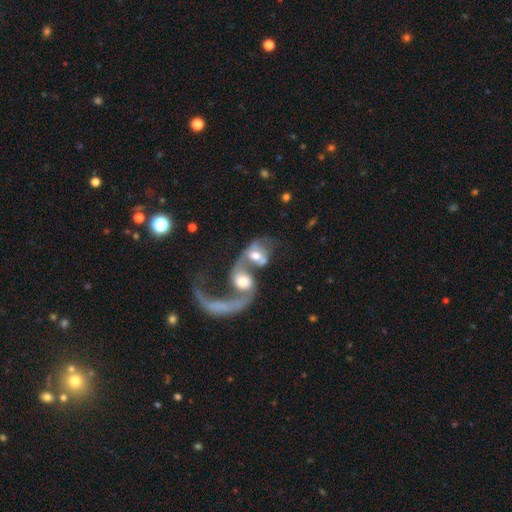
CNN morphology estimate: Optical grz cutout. It shows a featured or disk galaxy (60%) with no bar (59%), spiral arms (68%) and a moderate central bulge (57%). Merging: merger (76%).